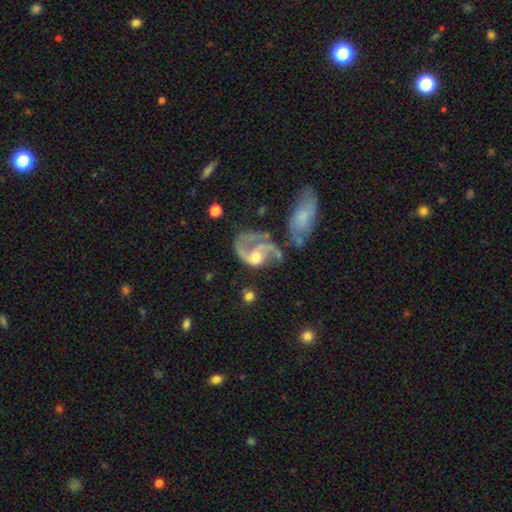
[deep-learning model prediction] The model was most divided on "spiral winding": loose: 47%, medium: 42%, tight: 11%. Remaining: edge-on disk — no (98%); spiral arms — yes (89%); smooth or featured — featured or disk (81%); spiral arm count — 2 (63%); bar — no (62%); bulge size — moderate (55%); merging — major disturbance (38%).